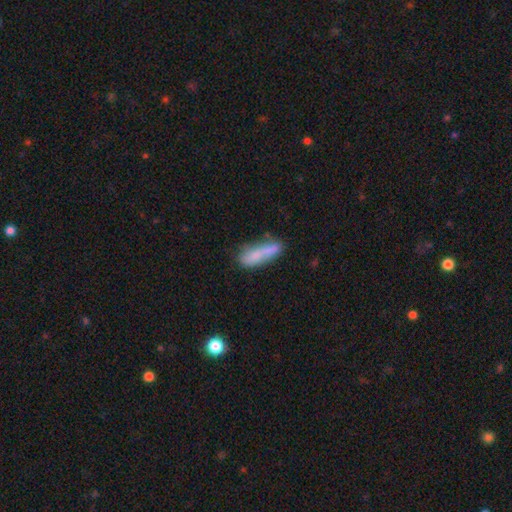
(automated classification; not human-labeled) Q: Smooth or featured?
A: smooth (70%); runner-up: featured or disk (22%)
Q: How rounded?
A: cigar-shaped (59%); runner-up: in between (39%)
Q: Merging?
A: none (52%); runner-up: minor disturbance (25%)